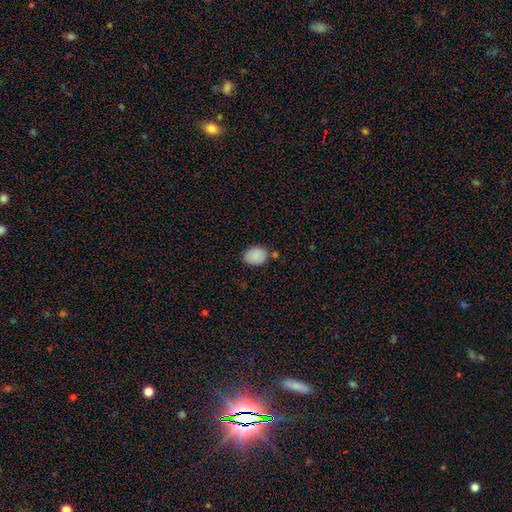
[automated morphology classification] The model was most divided on "how rounded": in between: 71%, round: 28%, cigar-shaped: 1%. More confident: smooth or featured — smooth (88%); merging — none (70%).